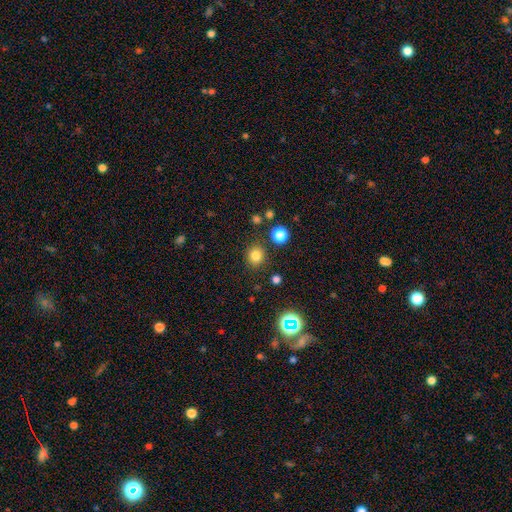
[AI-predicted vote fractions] Q: Smooth or featured?
A: smooth (79%); runner-up: star or artifact (15%)
Q: How rounded?
A: round (78%); runner-up: in between (22%)
Q: Merging?
A: none (85%); runner-up: minor disturbance (9%)